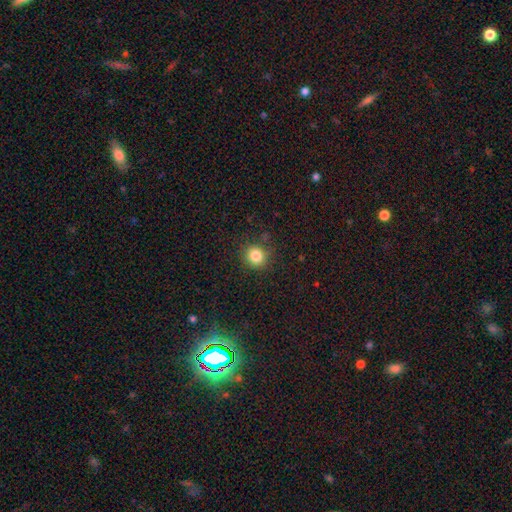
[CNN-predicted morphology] Smooth or featured?
  - smooth: 83% *
  - star or artifact: 12%
  - featured or disk: 5%
How rounded?
  - round: 88% *
  - in between: 11%
  - cigar-shaped: 1%
Merging?
  - none: 86% *
  - minor disturbance: 9%
  - major disturbance: 3%
  - merger: 2%